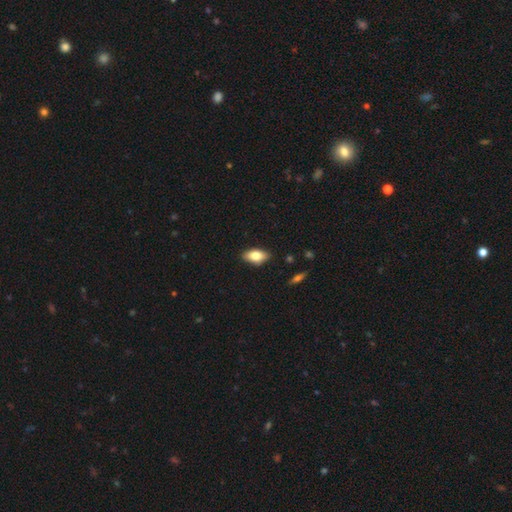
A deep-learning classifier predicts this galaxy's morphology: A smooth galaxy with no disk features (77%) that is in between round and cigar-shaped (89%).

Vote fractions:
- Smooth or featured? smooth: 77% / featured or disk: 15% / star or artifact: 7%
- How rounded? in between: 89% / cigar-shaped: 7% / round: 4%
- Merging? none: 86% / minor disturbance: 11% / major disturbance: 2% / merger: 1%